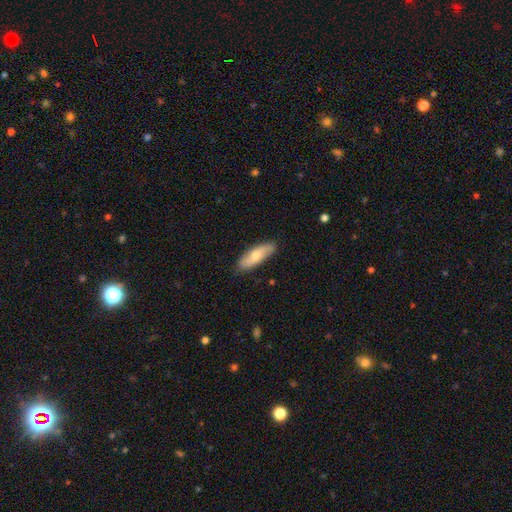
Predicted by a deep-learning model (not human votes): The model was most divided on "how rounded": in between: 57%, cigar-shaped: 40%, round: 3%. More confident: merging — none (85%); smooth or featured — smooth (61%).